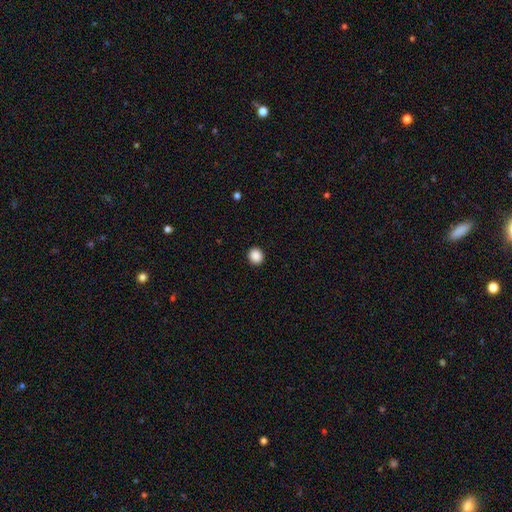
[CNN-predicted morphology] Smooth or featured: smooth — 88% (star or artifact — 9%)
How rounded: round — 86% (in between — 13%)
Merging: none — 93% (minor disturbance — 5%)